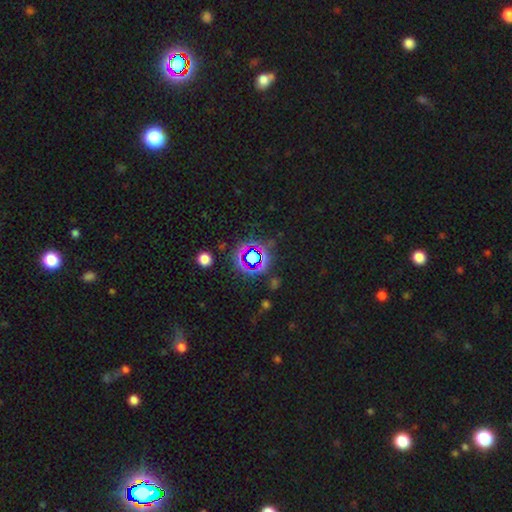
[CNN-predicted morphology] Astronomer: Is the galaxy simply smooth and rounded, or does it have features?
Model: star or artifact — 68%.